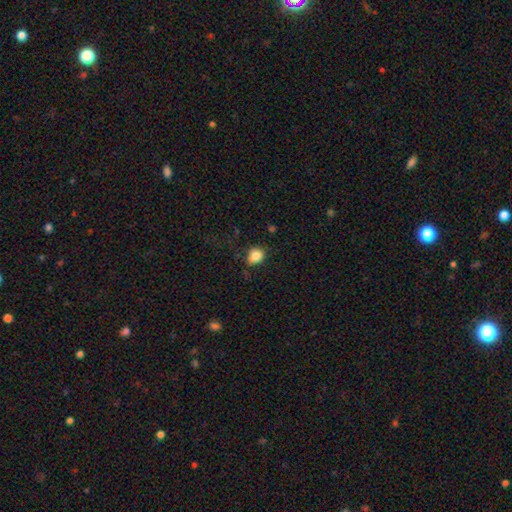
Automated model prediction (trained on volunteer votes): Morphology: type=smooth (82%); roundness=round (58%); merging=none (67%).